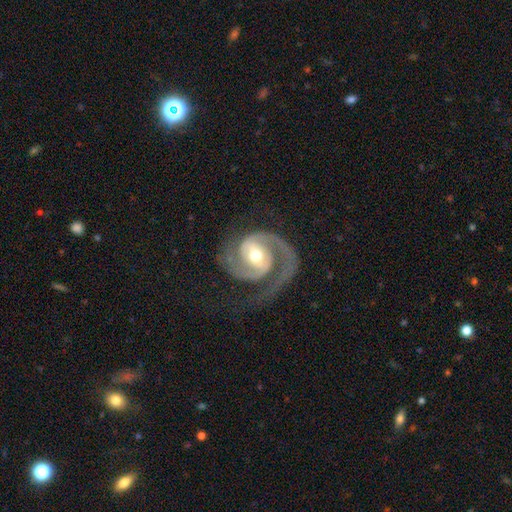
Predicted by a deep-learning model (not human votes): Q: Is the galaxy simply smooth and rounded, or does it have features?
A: featured or disk — 93%.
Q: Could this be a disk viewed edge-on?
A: no — 98%.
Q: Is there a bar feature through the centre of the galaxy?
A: weak — 42%.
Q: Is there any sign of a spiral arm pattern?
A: yes — 98%.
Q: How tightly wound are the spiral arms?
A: medium — 51%.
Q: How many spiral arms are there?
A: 2 — 85%.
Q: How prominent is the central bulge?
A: moderate — 69%.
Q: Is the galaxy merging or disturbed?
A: none — 68%.